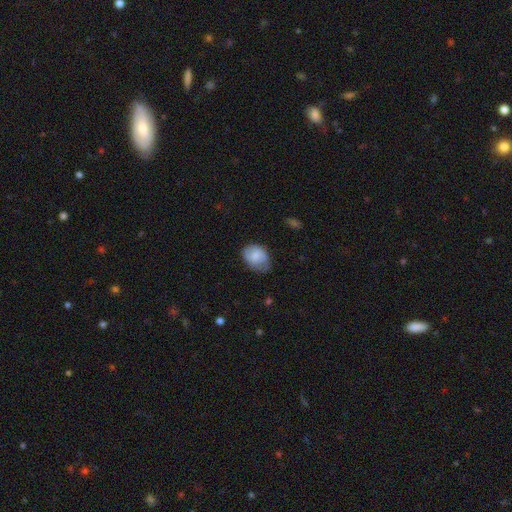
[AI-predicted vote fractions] A smooth galaxy with no disk features (77%) that is in between round and cigar-shaped (74%). Merging: none (59%).